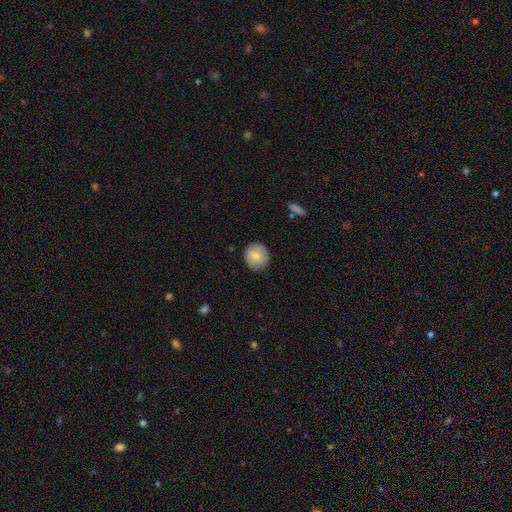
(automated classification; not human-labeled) This is clearly a smooth galaxy (81%). How rounded: clearly round (88%). Merging: clearly none (86%).